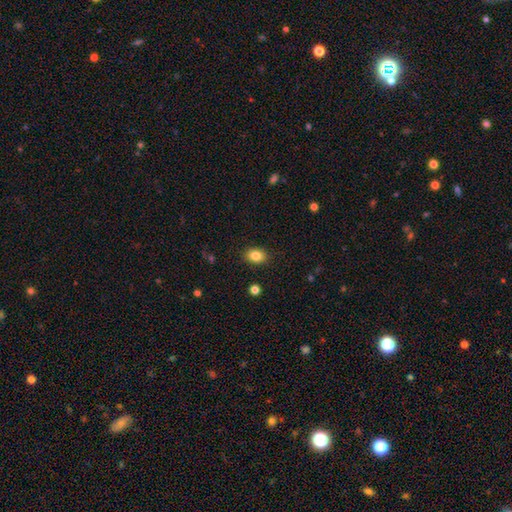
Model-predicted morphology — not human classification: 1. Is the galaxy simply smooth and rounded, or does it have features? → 84% smooth, 10% star or artifact, 6% featured or disk.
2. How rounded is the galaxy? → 69% in between, 29% round, 1% cigar-shaped.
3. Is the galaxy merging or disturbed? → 88% none, 9% minor disturbance, 2% major disturbance, 1% merger.